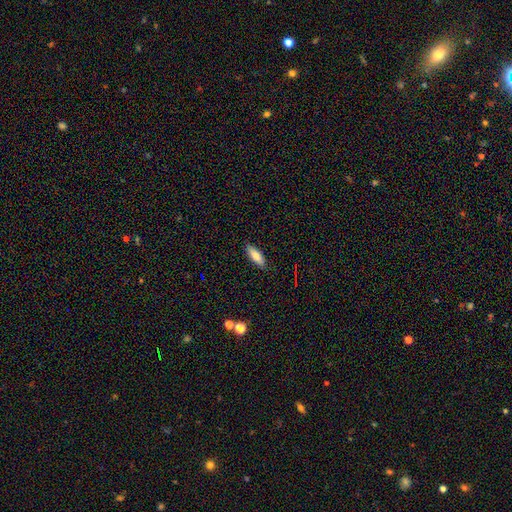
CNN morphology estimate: Smooth or featured? smooth (76%)
How rounded? in between (59%)
Merging? none (88%)